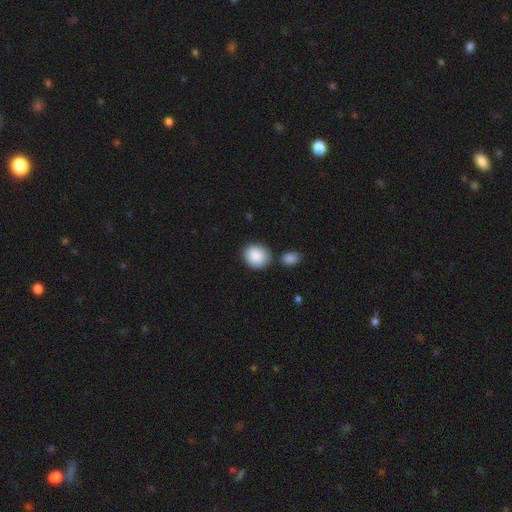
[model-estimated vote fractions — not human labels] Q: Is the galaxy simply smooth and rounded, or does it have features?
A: smooth — 90%.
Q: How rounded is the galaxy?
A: round — 75%.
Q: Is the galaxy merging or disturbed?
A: none — 72%.